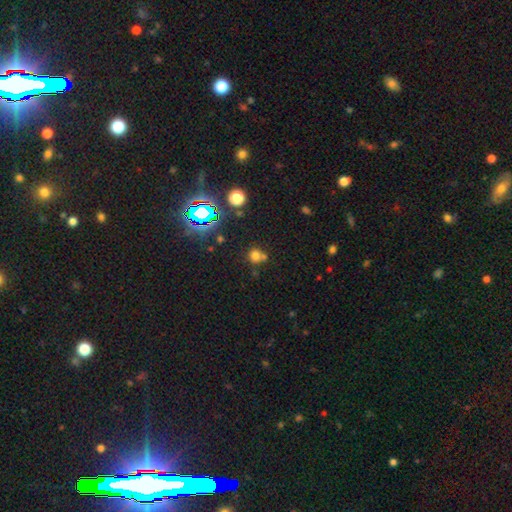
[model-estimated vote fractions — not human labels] This is likely a smooth galaxy (68%). How rounded: clearly round (86%). Merging: possibly none (58%).